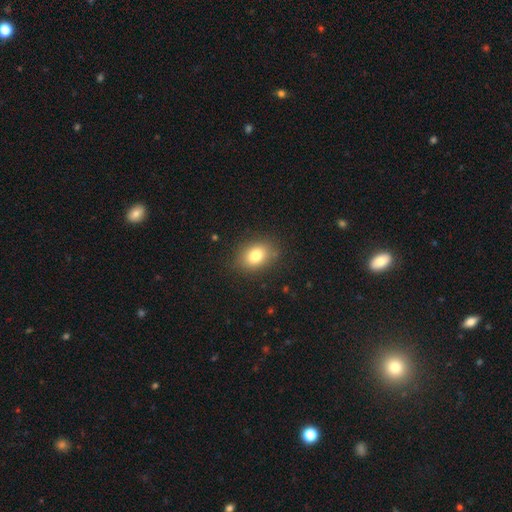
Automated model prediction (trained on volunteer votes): Smooth or featured? Predicted: smooth (p=0.80). How rounded? Predicted: in between (p=0.65). Merging? Predicted: none (p=0.83).